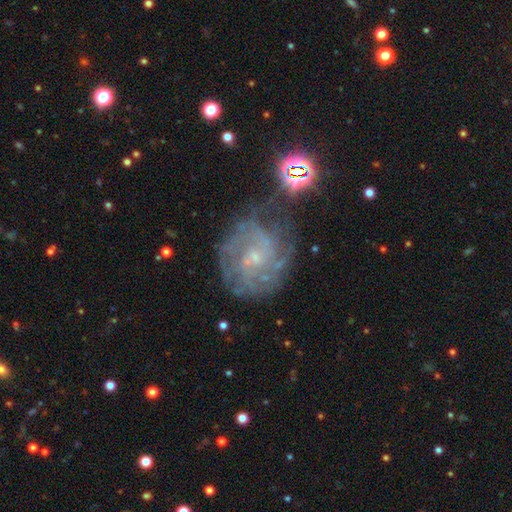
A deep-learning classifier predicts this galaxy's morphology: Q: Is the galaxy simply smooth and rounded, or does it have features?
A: featured or disk — 78%.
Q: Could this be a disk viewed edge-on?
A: no — 98%.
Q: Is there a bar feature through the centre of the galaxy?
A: no — 62%.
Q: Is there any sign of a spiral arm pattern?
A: yes — 92%.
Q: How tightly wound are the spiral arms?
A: tight — 53%.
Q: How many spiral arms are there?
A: can't tell — 36%.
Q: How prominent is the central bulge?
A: small — 77%.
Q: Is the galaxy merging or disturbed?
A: none — 68%.